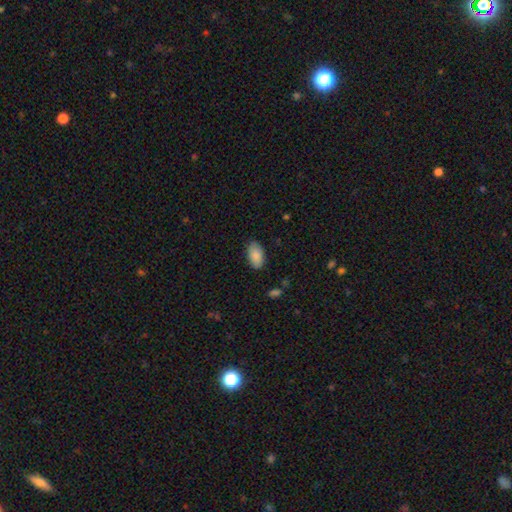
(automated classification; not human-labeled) This appears to be a smooth galaxy with no disk features (87%) that is in between round and cigar-shaped (95%). Merging: none (84%).